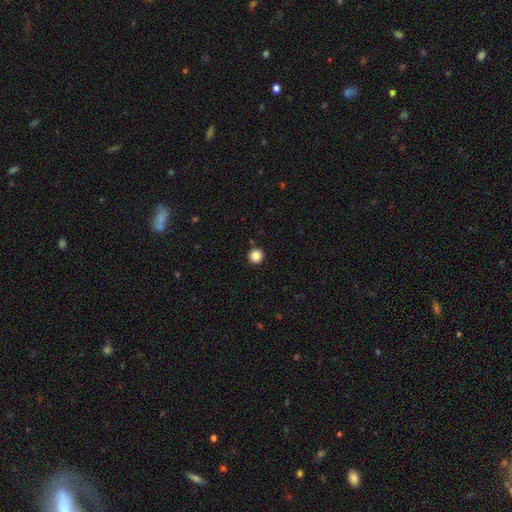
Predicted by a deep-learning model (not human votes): Smooth or featured? smooth (86%)
How rounded? round (95%)
Merging? none (92%)